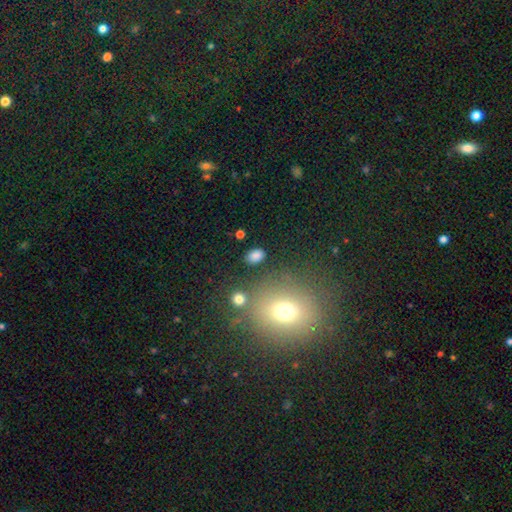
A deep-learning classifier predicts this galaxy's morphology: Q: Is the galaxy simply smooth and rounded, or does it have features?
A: smooth — 82%.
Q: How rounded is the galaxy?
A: in between — 80%.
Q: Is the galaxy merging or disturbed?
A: none — 85%.